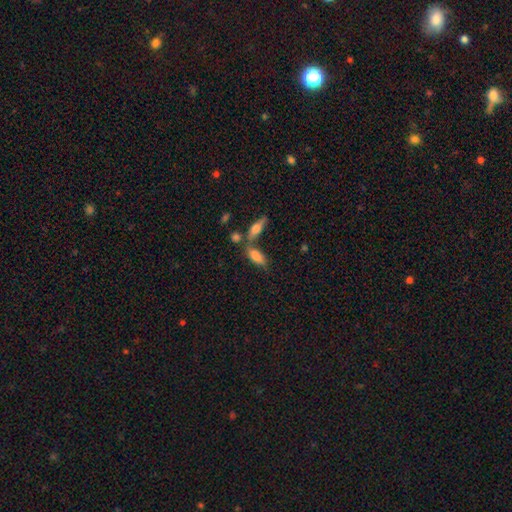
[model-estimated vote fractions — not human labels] Smooth or featured: smooth — 74% (featured or disk — 18%)
How rounded: in between — 71% (cigar-shaped — 26%)
Merging: none — 44% (merger — 37%)